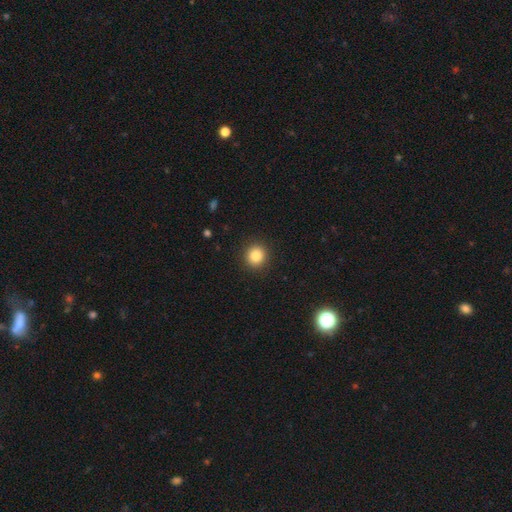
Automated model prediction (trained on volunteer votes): Smooth or featured? smooth (85%)
How rounded? round (92%)
Merging? none (92%)